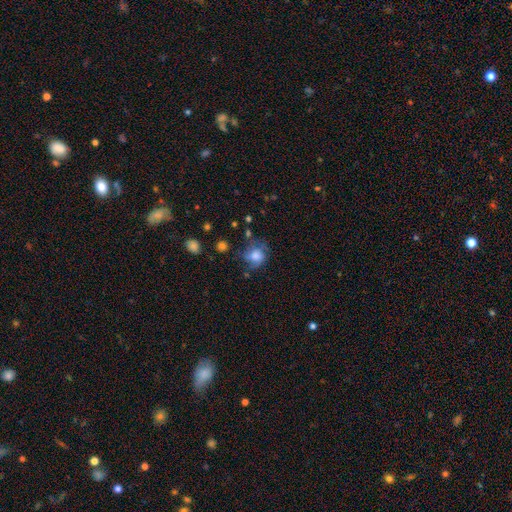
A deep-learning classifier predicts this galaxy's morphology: Q: Smooth or featured?
A: smooth (64%); runner-up: featured or disk (25%)
Q: How rounded?
A: round (70%); runner-up: in between (29%)
Q: Merging?
A: none (49%); runner-up: minor disturbance (27%)